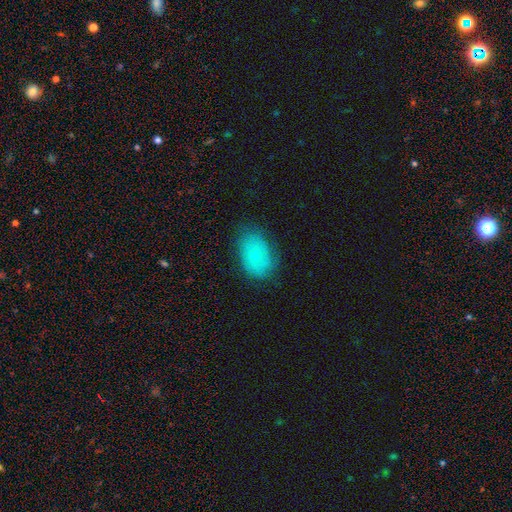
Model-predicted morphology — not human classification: type=smooth (56%); roundness=in between (84%); merging=none (71%).